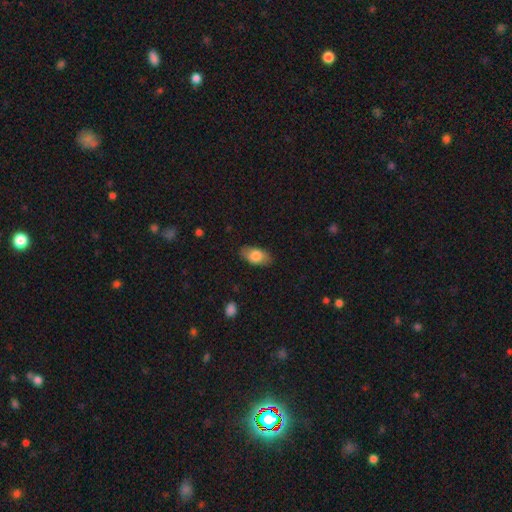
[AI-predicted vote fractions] Smooth or featured: smooth — 81% (featured or disk — 12%)
How rounded: in between — 92% (round — 4%)
Merging: none — 84% (minor disturbance — 12%)